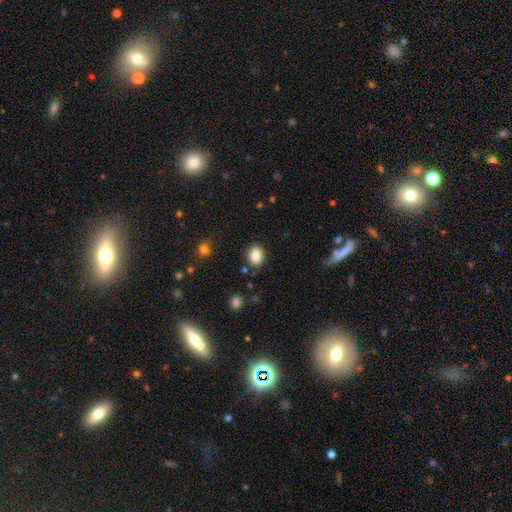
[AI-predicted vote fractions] smooth-or-featured: smooth: 86% | star or artifact: 9% | featured or disk: 5%
  how-rounded: in between: 66% | round: 33% | cigar-shaped: 1%
  merging: none: 86% | minor disturbance: 9% | major disturbance: 3% | merger: 2%